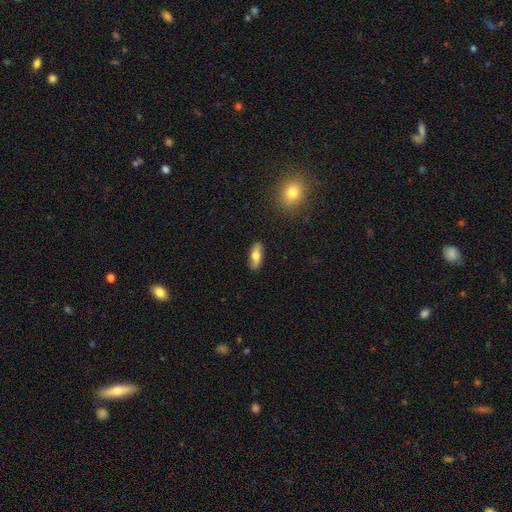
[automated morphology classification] Smooth or featured: smooth — 56% (featured or disk — 37%)
How rounded: in between — 66% (cigar-shaped — 30%)
Merging: none — 84% (minor disturbance — 12%)